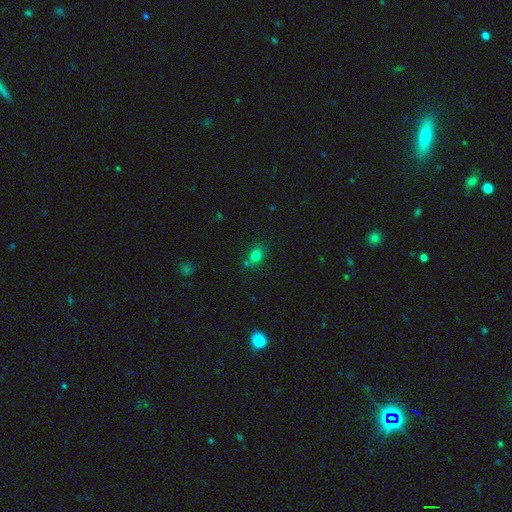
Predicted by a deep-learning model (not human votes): This appears to be a smooth galaxy with no disk features (78%) that is round (57%). Merging: none (70%).